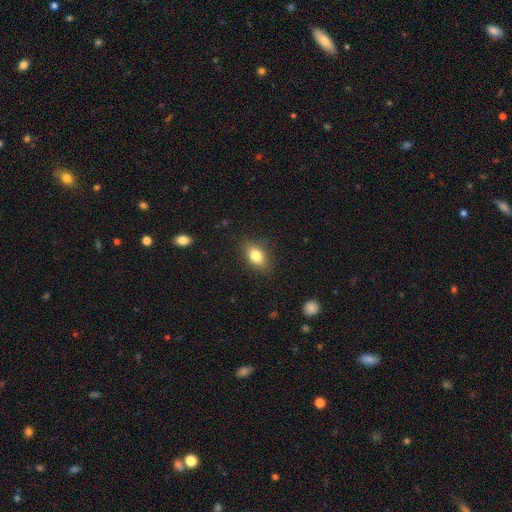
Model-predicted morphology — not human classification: Smooth or featured? Predicted: smooth (p=0.81). How rounded? Predicted: in between (p=0.82). Merging? Predicted: none (p=0.81).